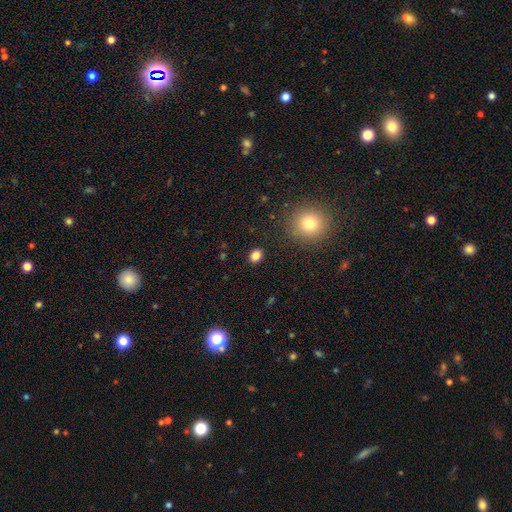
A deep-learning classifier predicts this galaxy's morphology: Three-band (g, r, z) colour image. It shows a smooth galaxy with no disk features (83%) that is round (52%). Merging: none (88%).